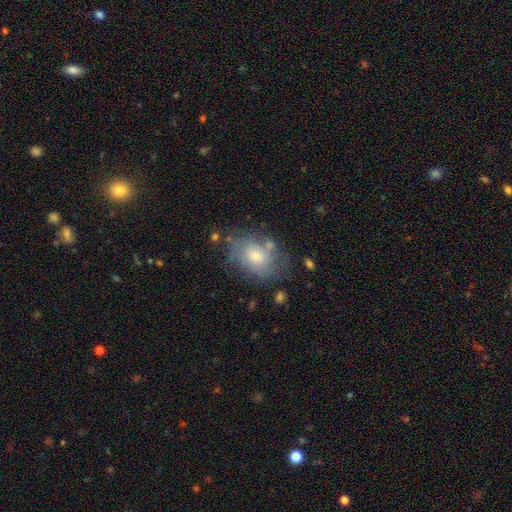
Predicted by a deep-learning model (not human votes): The model was most divided on "smooth or featured": featured or disk: 46%, smooth: 44%, star or artifact: 10%. More confident: merging — none (63%).